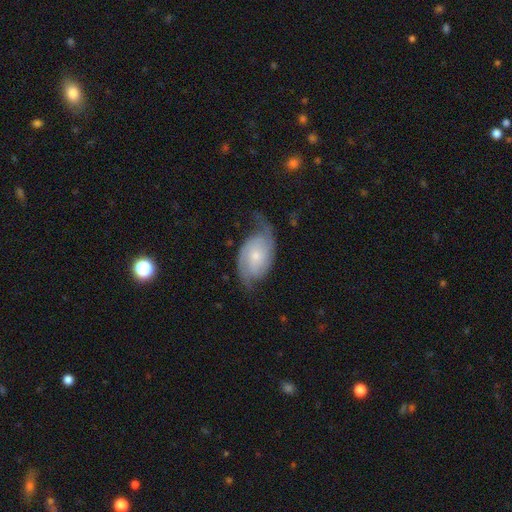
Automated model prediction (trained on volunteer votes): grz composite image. It shows a featured or disk galaxy (80%) with no bar (67%), 2 (85%) medium (40%) spiral arms (95%) and a small central bulge (56%). Merging: none (61%).